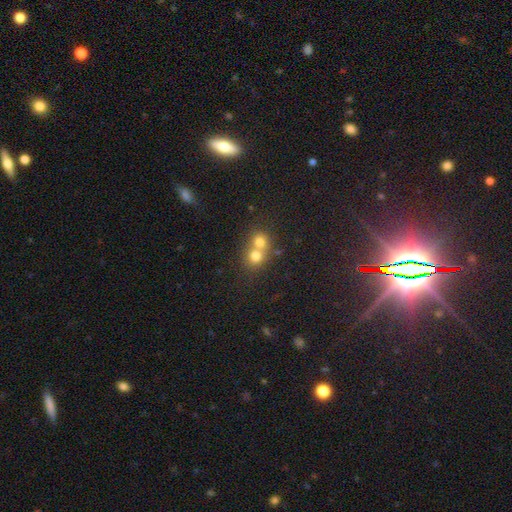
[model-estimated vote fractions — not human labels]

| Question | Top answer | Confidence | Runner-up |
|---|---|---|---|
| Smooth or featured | smooth | 74% | featured or disk (14%) |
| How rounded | round | 82% | in between (17%) |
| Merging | merger | 66% | none (29%) |